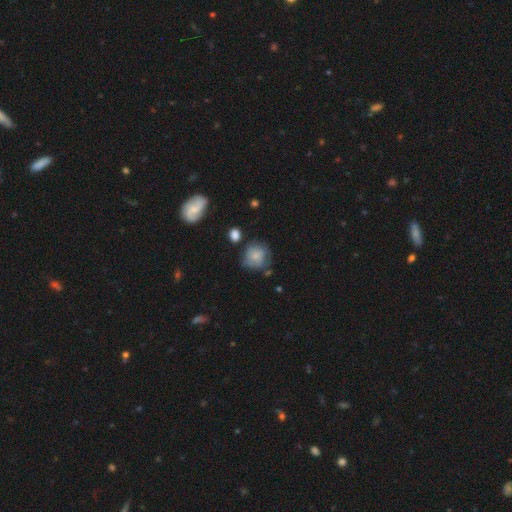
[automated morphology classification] Smooth or featured?
  - smooth: 73% *
  - featured or disk: 19%
  - star or artifact: 9%
How rounded?
  - round: 80% *
  - in between: 19%
  - cigar-shaped: 1%
Merging?
  - none: 57% *
  - minor disturbance: 27%
  - major disturbance: 11%
  - merger: 5%